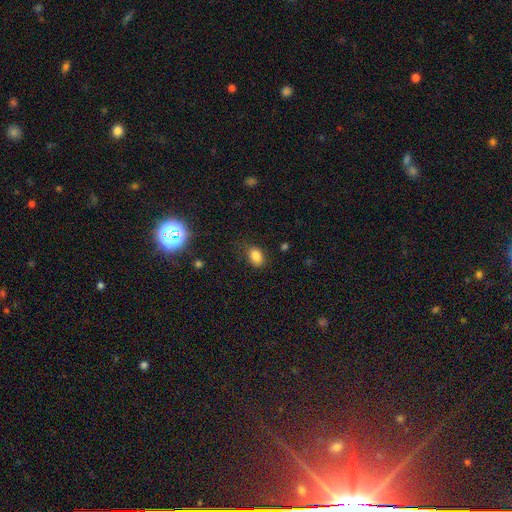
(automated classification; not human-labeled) Smooth or featured: smooth — 82% (star or artifact — 11%)
How rounded: in between — 78% (round — 21%)
Merging: none — 76% (minor disturbance — 18%)